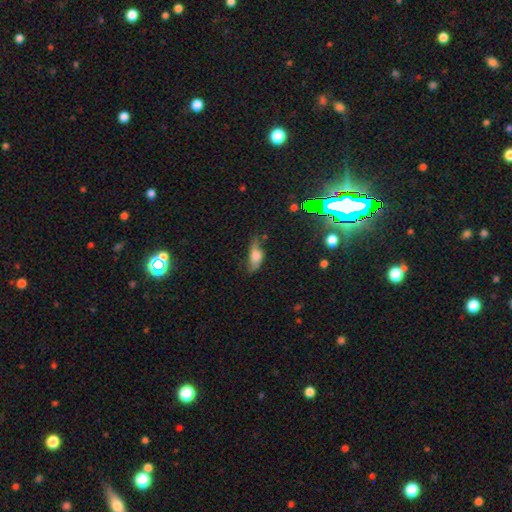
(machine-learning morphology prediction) smooth-or-featured: smooth: 61% | featured or disk: 28% | star or artifact: 12%
  how-rounded: in between: 73% | cigar-shaped: 21% | round: 6%
  merging: none: 49% | minor disturbance: 34% | major disturbance: 15% | merger: 3%